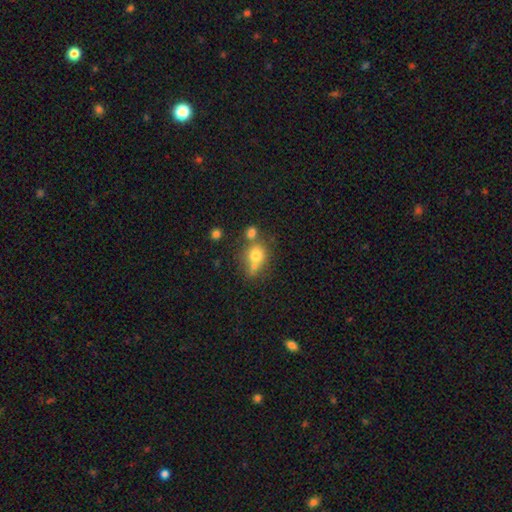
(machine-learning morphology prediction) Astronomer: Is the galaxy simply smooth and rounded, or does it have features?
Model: smooth — 72%.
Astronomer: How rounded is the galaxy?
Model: round — 76%.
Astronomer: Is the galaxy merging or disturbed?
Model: none — 45% (runner-up: merger, 37%).